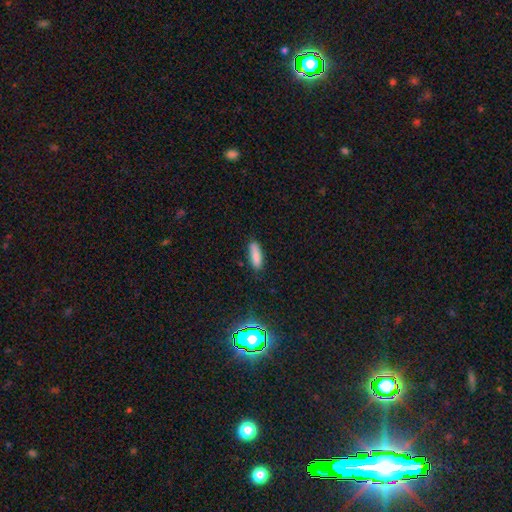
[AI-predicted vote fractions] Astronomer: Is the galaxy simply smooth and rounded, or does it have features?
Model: smooth — 85%.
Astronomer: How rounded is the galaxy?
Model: cigar-shaped — 51% (runner-up: in between, 47%).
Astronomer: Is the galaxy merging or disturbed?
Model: none — 82%.